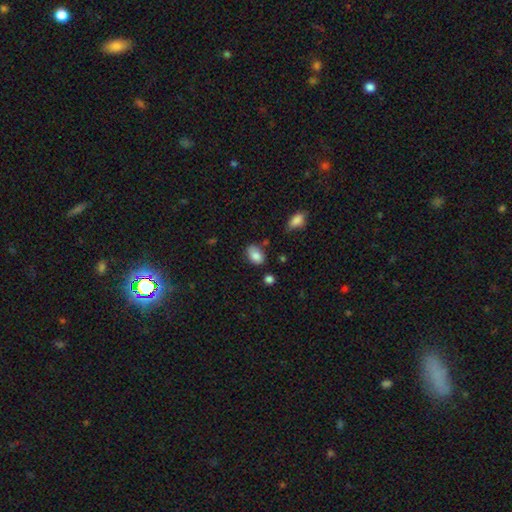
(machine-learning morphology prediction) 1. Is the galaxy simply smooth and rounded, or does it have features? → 85% smooth, 8% star or artifact, 7% featured or disk.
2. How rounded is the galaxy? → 87% in between, 12% round, 1% cigar-shaped.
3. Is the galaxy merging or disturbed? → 69% none, 22% minor disturbance, 4% major disturbance, 4% merger.